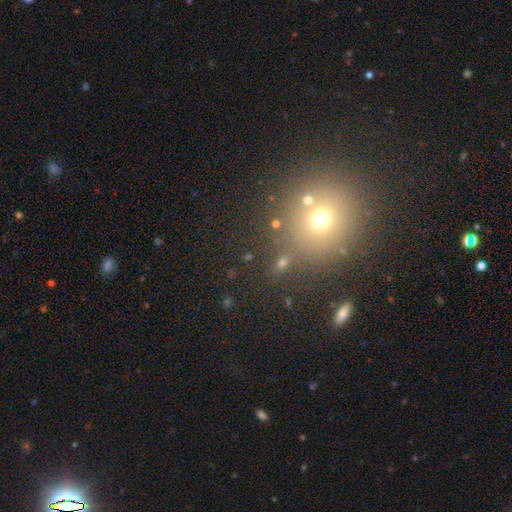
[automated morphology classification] smooth_or_featured: smooth (p=0.50) [alt: star or artifact p=0.40]
how_rounded: round (p=0.88) [alt: in between p=0.10]
merging: none (p=0.80) [alt: minor disturbance p=0.09]